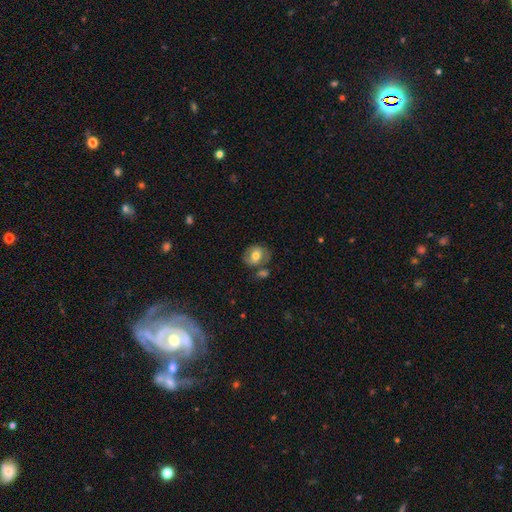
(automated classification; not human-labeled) Overall: smooth (57%; featured or disk 35%). How rounded: round (57%; in between 42%). Merging: none (60%).